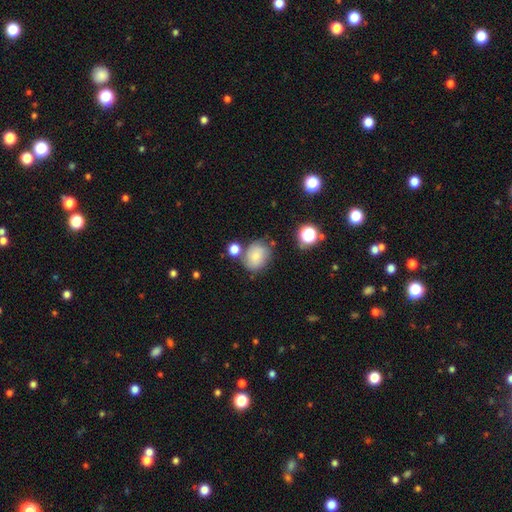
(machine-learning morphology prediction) Overall: smooth (68%). How rounded: round (60%; in between 39%). Merging: none (61%).